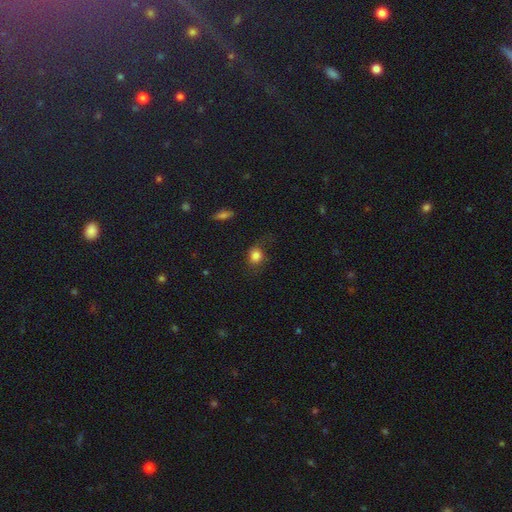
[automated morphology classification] smooth 81%, star or artifact 11%, featured or disk 8%. Down the decision tree: how rounded — round (69%); merging — none (62%).